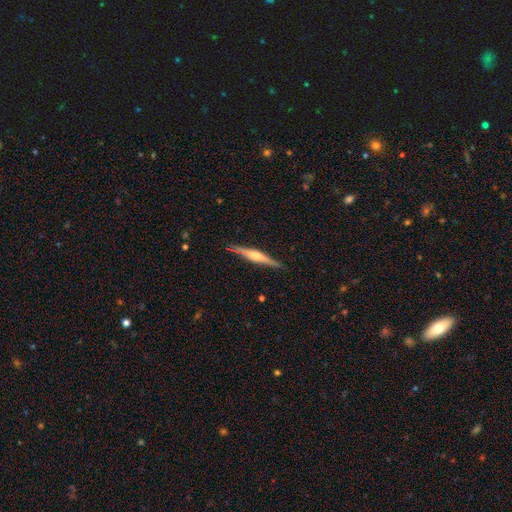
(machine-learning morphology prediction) Smooth or featured? Predicted: featured or disk (p=0.66). Edge-on disk? Predicted: yes (p=0.97). Edge-on bulge? Predicted: rounded (p=0.67). Merging? Predicted: none (p=0.88).